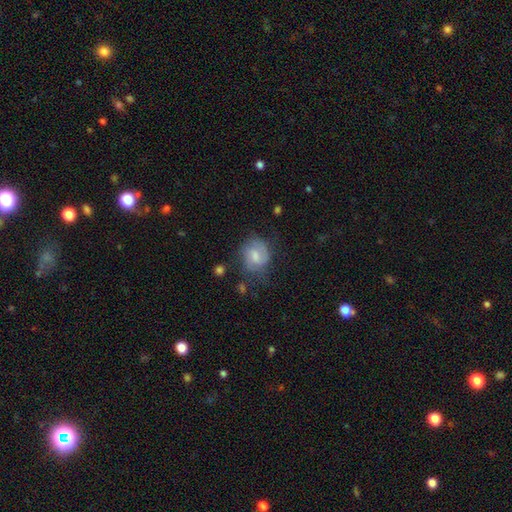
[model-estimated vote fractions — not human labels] A smooth galaxy with no disk features (53%) that is round (63%).

Vote fractions:
- Smooth or featured? smooth: 53% / featured or disk: 39% / star or artifact: 8%
- How rounded? round: 63% / in between: 35% / cigar-shaped: 1%
- Merging? none: 58% / minor disturbance: 26% / major disturbance: 13% / merger: 3%